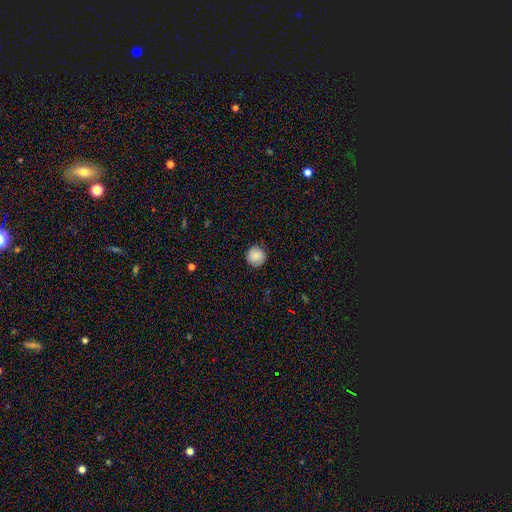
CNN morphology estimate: Smooth or featured: smooth — 84% (featured or disk — 8%)
How rounded: round — 94% (in between — 5%)
Merging: none — 87% (minor disturbance — 9%)